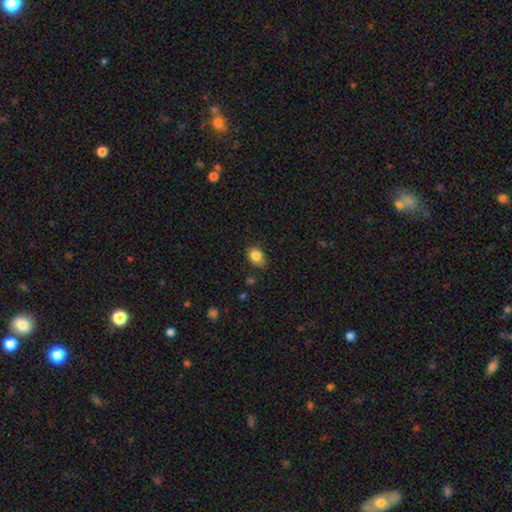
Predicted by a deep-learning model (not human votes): Smooth or featured?
  - smooth: 85% *
  - star or artifact: 9%
  - featured or disk: 5%
How rounded?
  - in between: 69% *
  - round: 30%
  - cigar-shaped: 1%
Merging?
  - none: 76% *
  - minor disturbance: 19%
  - major disturbance: 3%
  - merger: 2%